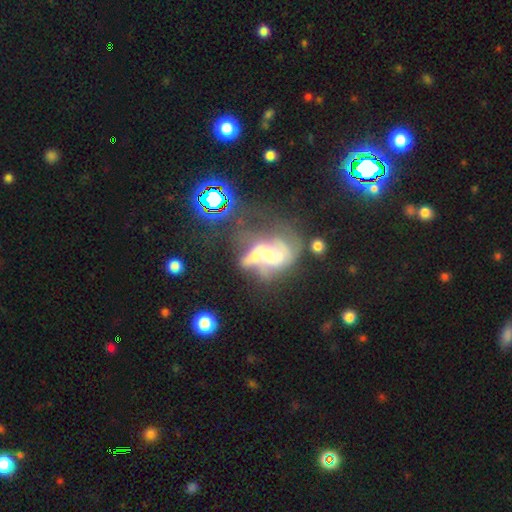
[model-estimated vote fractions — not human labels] Overall: featured or disk (65%). Edge-on disk: no (97%). Bar: no (54%; weak 30%). Spiral arms: yes (63%; no 37%). Bulge size: moderate (34%; small 25%). Merging: merger (40%; major disturbance 33%).